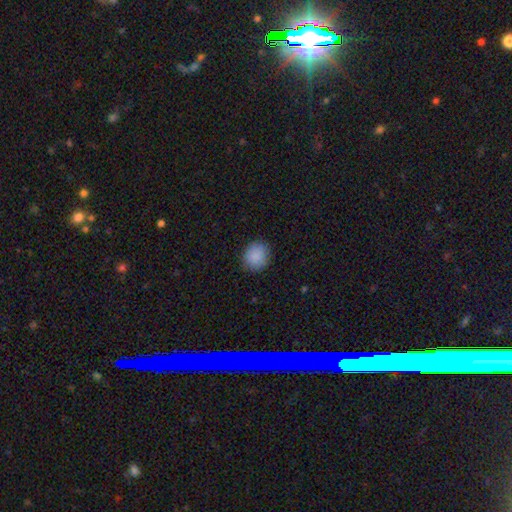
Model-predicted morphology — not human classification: This appears to be a smooth galaxy with no disk features (88%) that is round (82%). Merging: none (87%).